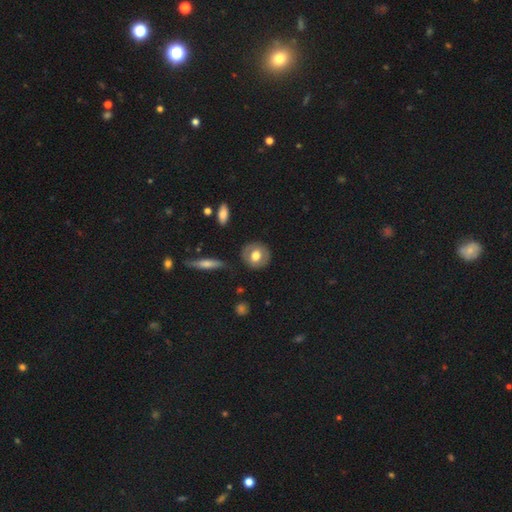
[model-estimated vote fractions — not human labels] A smooth galaxy with no disk features (61%) that is round (82%).

Vote fractions:
- Smooth or featured? smooth: 61% / featured or disk: 32% / star or artifact: 7%
- How rounded? round: 82% / in between: 16% / cigar-shaped: 1%
- Merging? none: 85% / minor disturbance: 10% / major disturbance: 3% / merger: 2%